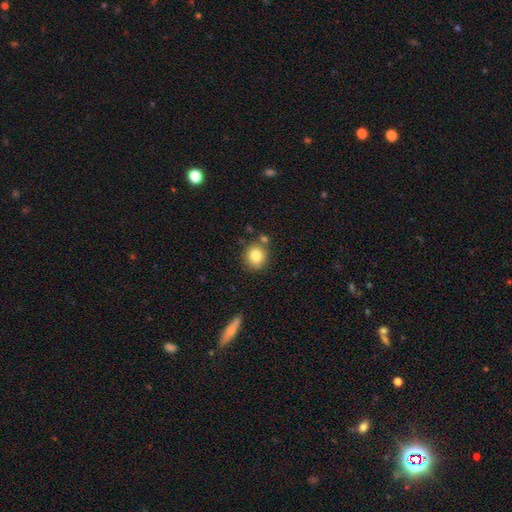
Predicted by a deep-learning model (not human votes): A smooth galaxy with no disk features (81%) that is round (85%). Merging: none (77%).